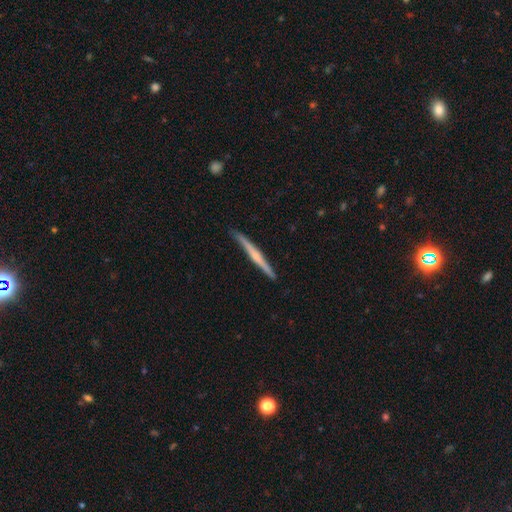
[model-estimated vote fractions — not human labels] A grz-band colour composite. It shows a featured or disk galaxy (61%) viewed edge-on (98%) with a rounded central bulge (49%). Merging: none (89%).